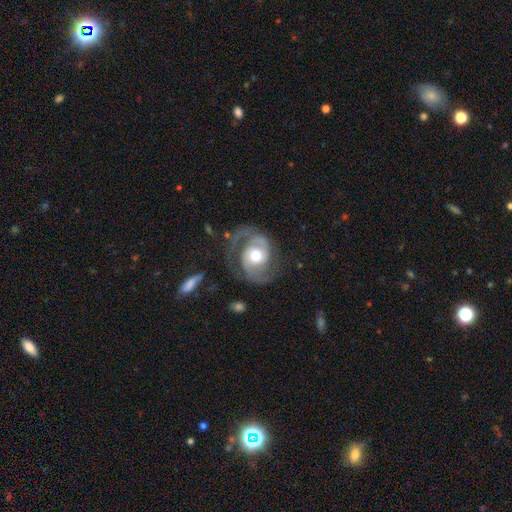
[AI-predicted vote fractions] Overall: featured or disk (86%). Edge-on disk: no (98%). Bar: no (60%; weak 30%). Spiral arms: yes (95%). Spiral arm count: 2 (88%). Spiral winding: medium (52%; tight 29%). Bulge size: moderate (68%). Merging: none (65%).